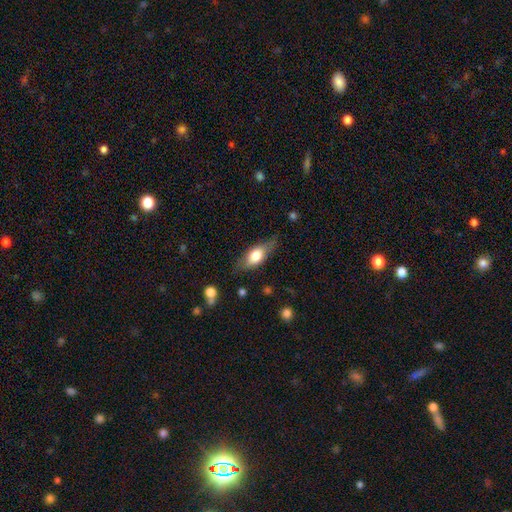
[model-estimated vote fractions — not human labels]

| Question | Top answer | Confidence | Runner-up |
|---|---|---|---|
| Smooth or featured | smooth | 65% | featured or disk (28%) |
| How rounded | in between | 77% | cigar-shaped (18%) |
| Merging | none | 70% | minor disturbance (22%) |